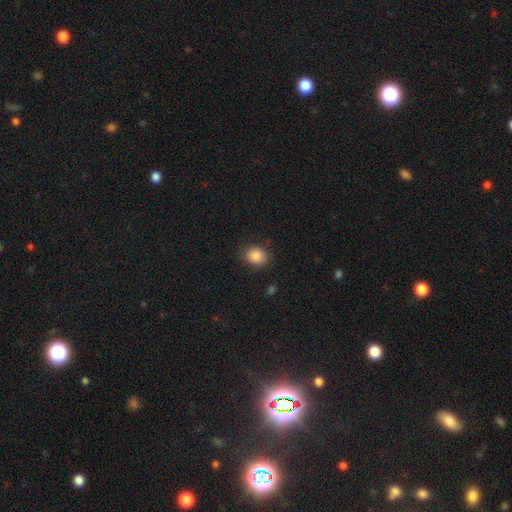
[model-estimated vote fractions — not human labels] A smooth galaxy with no disk features (86%) that is round (53%).

Vote fractions:
- Smooth or featured? smooth: 86% / star or artifact: 9% / featured or disk: 5%
- How rounded? round: 53% / in between: 46% / cigar-shaped: 1%
- Merging? none: 81% / minor disturbance: 14% / major disturbance: 3% / merger: 1%